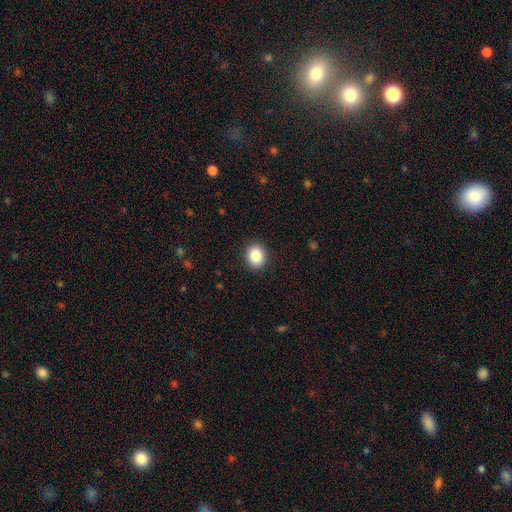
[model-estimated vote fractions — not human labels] Smooth or featured? Predicted: smooth (p=0.86). How rounded? Predicted: round (p=0.66). Merging? Predicted: none (p=0.90).